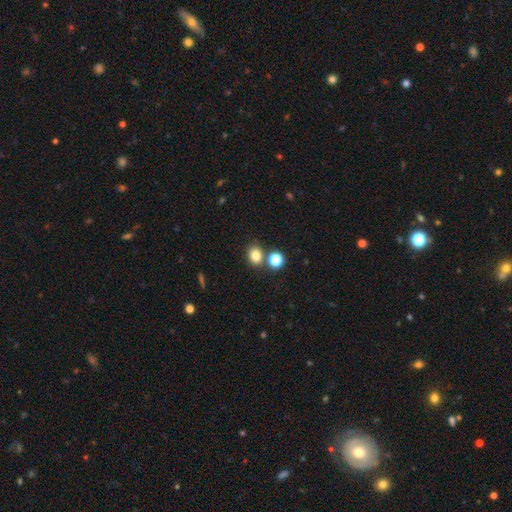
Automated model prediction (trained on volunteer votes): A smooth galaxy with no disk features (80%) that is round (62%). Merging: none (72%).